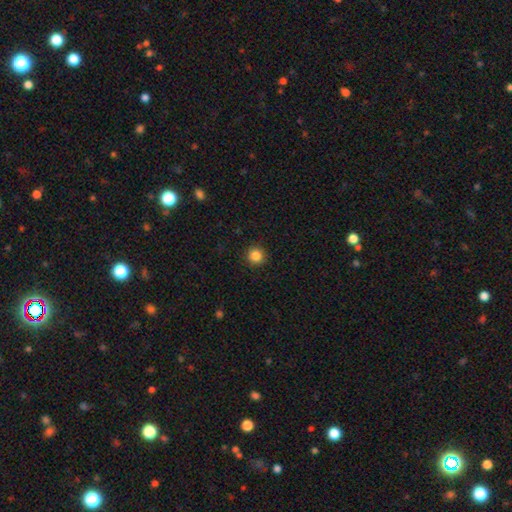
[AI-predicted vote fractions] This is clearly a smooth galaxy (85%). How rounded: clearly round (95%). Merging: clearly none (92%).